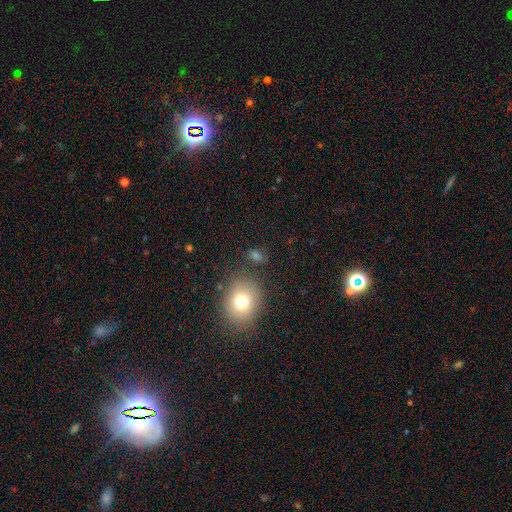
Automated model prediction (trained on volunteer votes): Smooth or featured?
  - smooth: 69% *
  - star or artifact: 21%
  - featured or disk: 11%
How rounded?
  - in between: 53% *
  - round: 43%
  - cigar-shaped: 3%
Merging?
  - none: 76% *
  - minor disturbance: 13%
  - merger: 6%
  - major disturbance: 5%